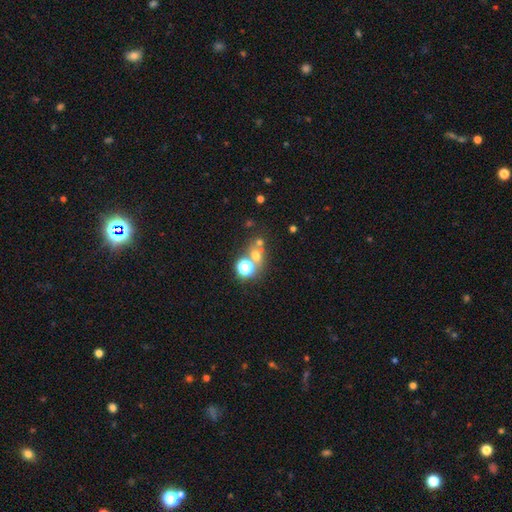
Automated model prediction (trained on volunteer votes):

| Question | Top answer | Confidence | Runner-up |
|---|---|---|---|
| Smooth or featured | smooth | 50% | star or artifact (35%) |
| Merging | none | 53% | merger (33%) |